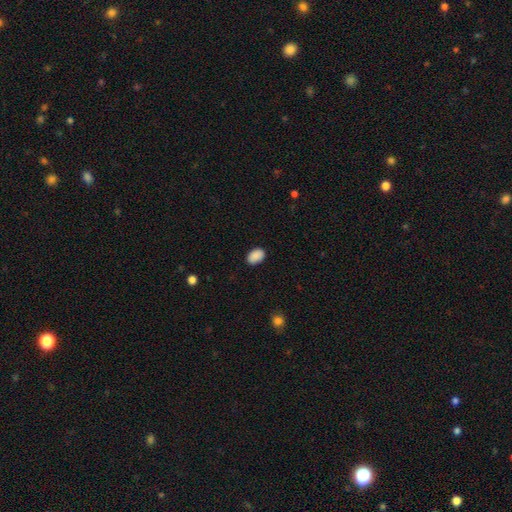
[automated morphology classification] Q: Smooth or featured?
A: smooth (90%); runner-up: star or artifact (7%)
Q: How rounded?
A: in between (87%); runner-up: round (12%)
Q: Merging?
A: none (87%); runner-up: minor disturbance (10%)